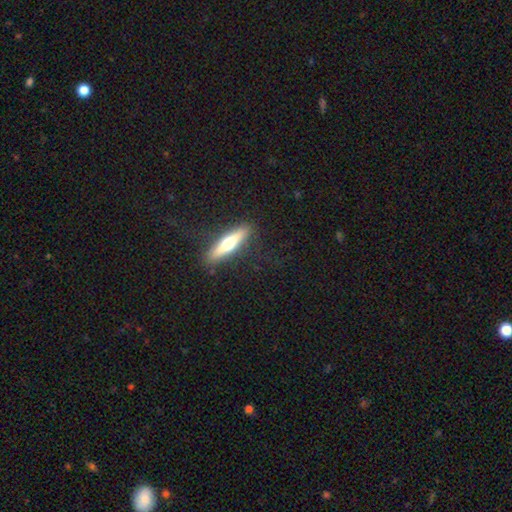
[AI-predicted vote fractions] smooth-or-featured: featured or disk: 55% | smooth: 33% | star or artifact: 12%
  disk-edge-on: yes: 90% | no: 10%
  merging: none: 85% | minor disturbance: 10% | major disturbance: 3% | merger: 2%